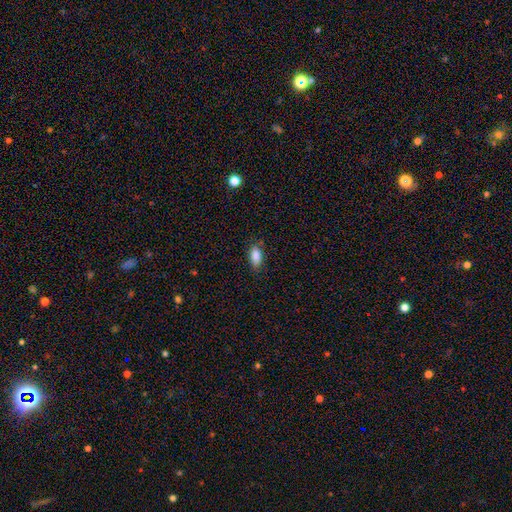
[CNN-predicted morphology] smooth-or-featured: smooth: 87% | star or artifact: 8% | featured or disk: 5%
  how-rounded: in between: 89% | cigar-shaped: 7% | round: 4%
  merging: none: 81% | minor disturbance: 14% | major disturbance: 3% | merger: 1%